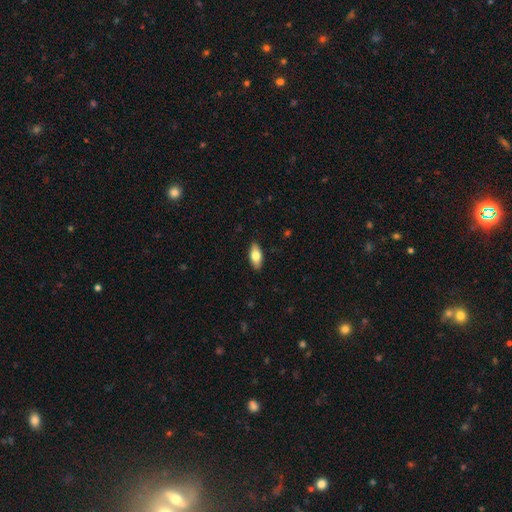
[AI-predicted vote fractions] Smooth or featured?
  - smooth: 71% *
  - featured or disk: 23%
  - star or artifact: 6%
How rounded?
  - in between: 85% *
  - cigar-shaped: 12%
  - round: 3%
Merging?
  - none: 88% *
  - minor disturbance: 9%
  - major disturbance: 2%
  - merger: 1%